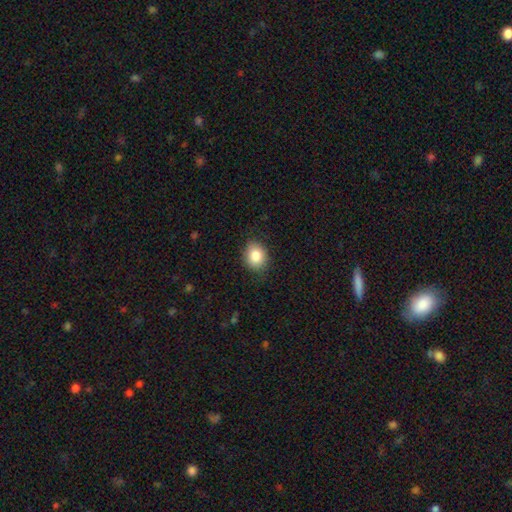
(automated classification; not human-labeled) Morphology: type=smooth (85%); roundness=round (56%); merging=none (81%).